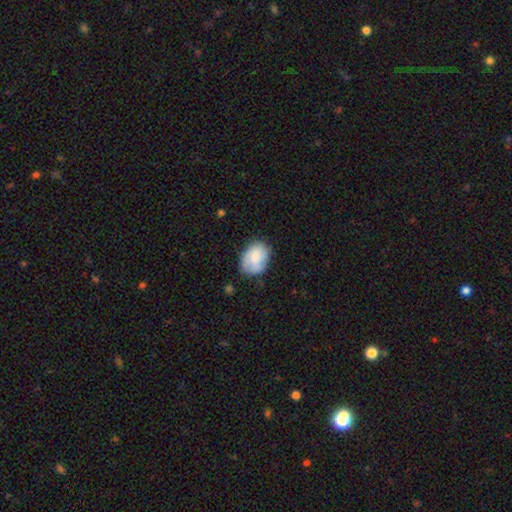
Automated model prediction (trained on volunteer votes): Overall: smooth (74%). How rounded: in between (73%). Merging: none (63%; minor disturbance 27%).